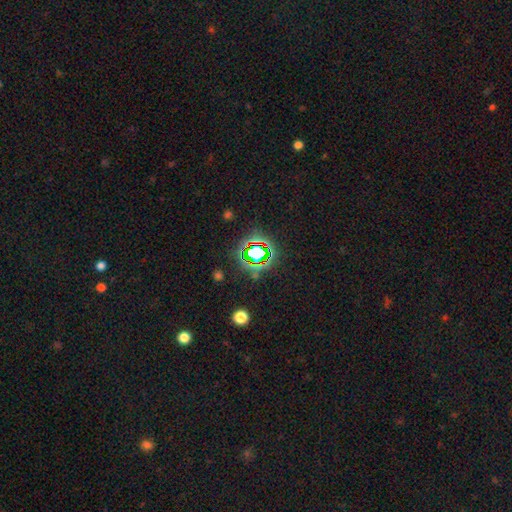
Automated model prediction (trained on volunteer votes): Smooth or featured? star or artifact (71%)